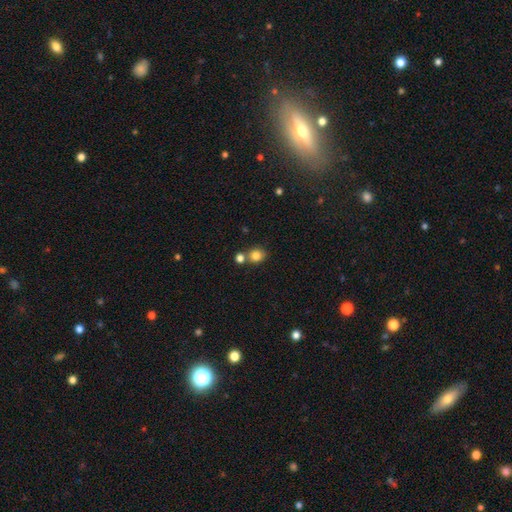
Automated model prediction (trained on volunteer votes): This is clearly a smooth galaxy (83%). How rounded: likely round (76%). Merging: likely none (65%).